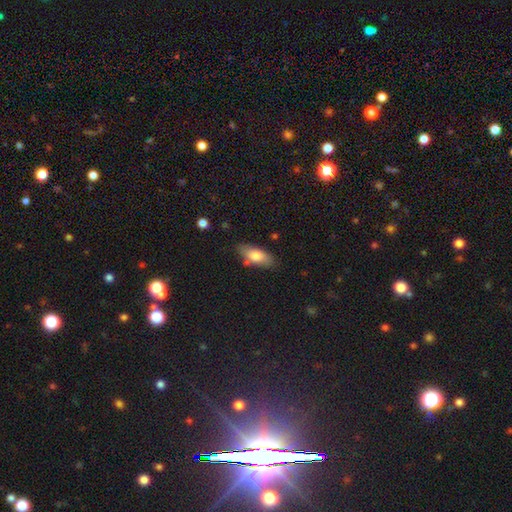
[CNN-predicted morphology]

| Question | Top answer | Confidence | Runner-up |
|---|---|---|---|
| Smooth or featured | smooth | 76% | featured or disk (17%) |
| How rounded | in between | 80% | cigar-shaped (17%) |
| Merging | none | 74% | minor disturbance (18%) |